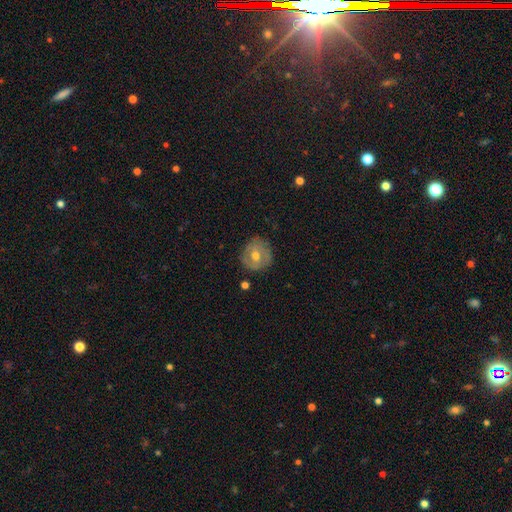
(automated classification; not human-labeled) smooth-or-featured: featured or disk: 59% | smooth: 33% | star or artifact: 7%
  disk-edge-on: no: 96% | yes: 4%
    bar: no: 53% | weak: 37% | strong: 10%
    has-spiral-arms: yes: 65% | no: 35%
    bulge-size: moderate: 77% | small: 17% | large: 4% | none: 1% | dominant: 1%
  merging: none: 80% | minor disturbance: 14% | major disturbance: 4% | merger: 2%